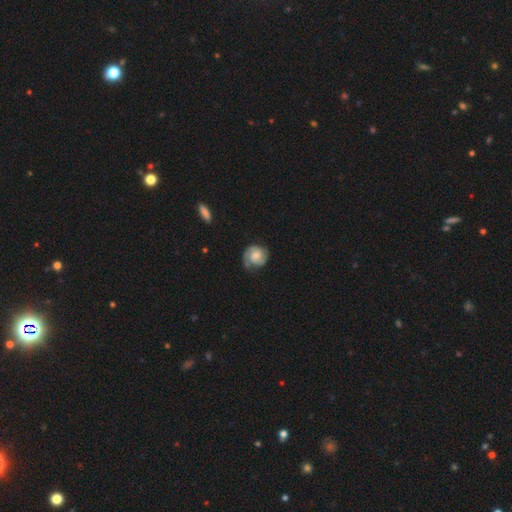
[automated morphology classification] Overall: featured or disk (72%). Edge-on disk: no (98%). Bar: no (60%; weak 34%). Spiral arms: yes (95%). Spiral arm count: 2 (78%). Spiral winding: tight (54%; medium 36%). Bulge size: moderate (39%; small 24%). Merging: none (70%).